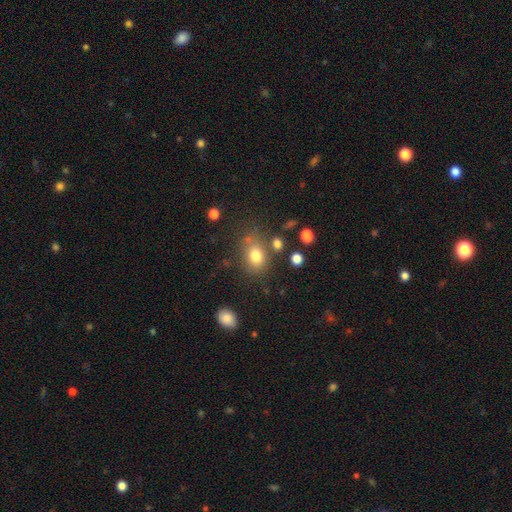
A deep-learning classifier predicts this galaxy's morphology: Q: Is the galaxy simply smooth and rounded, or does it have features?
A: smooth — 78%.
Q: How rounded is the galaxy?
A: in between — 56%.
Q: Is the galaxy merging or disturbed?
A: none — 70%.